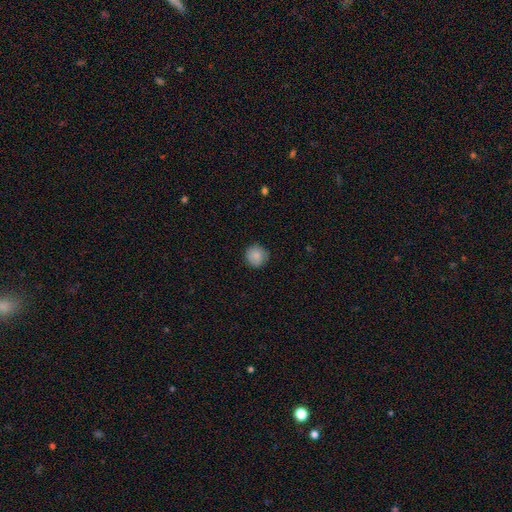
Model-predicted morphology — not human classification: Overall: smooth (87%). How rounded: round (94%). Merging: none (88%).